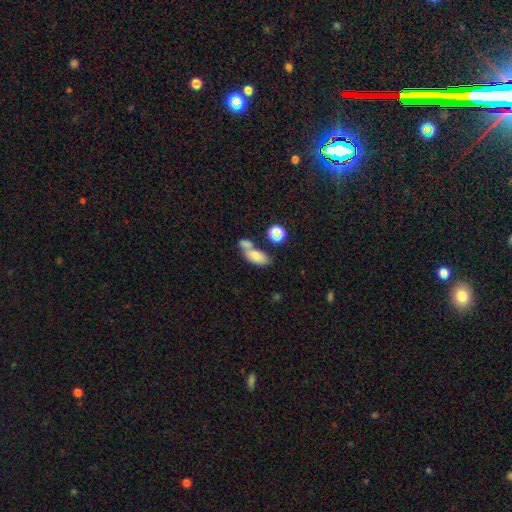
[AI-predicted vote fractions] Smooth or featured?
  - smooth: 76% *
  - featured or disk: 14%
  - star or artifact: 10%
How rounded?
  - in between: 86% *
  - cigar-shaped: 8%
  - round: 6%
Merging?
  - merger: 46% *
  - none: 34%
  - minor disturbance: 12%
  - major disturbance: 7%